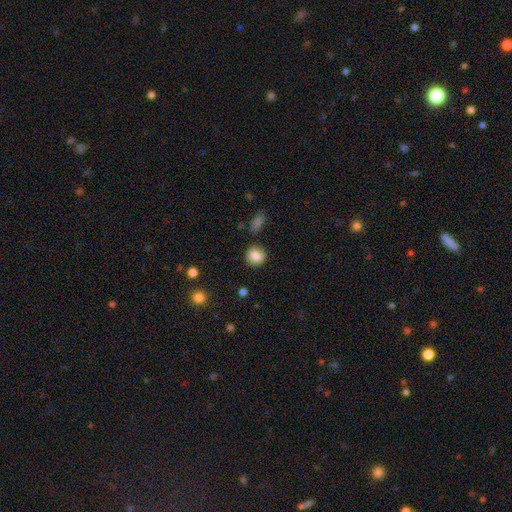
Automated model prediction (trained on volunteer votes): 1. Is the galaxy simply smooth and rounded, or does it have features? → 83% smooth, 9% star or artifact, 8% featured or disk.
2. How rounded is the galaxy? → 86% round, 13% in between, 1% cigar-shaped.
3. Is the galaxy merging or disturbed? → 77% none, 15% minor disturbance, 4% merger, 4% major disturbance.